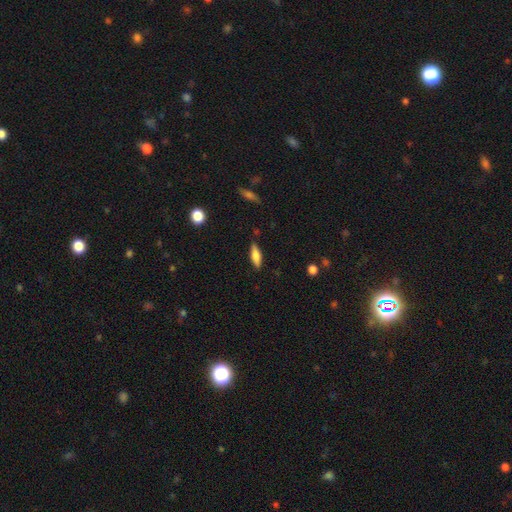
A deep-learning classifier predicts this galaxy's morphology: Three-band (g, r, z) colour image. It shows a smooth galaxy with no disk features (69%) that is cigar-shaped (53%). Merging: none (85%).